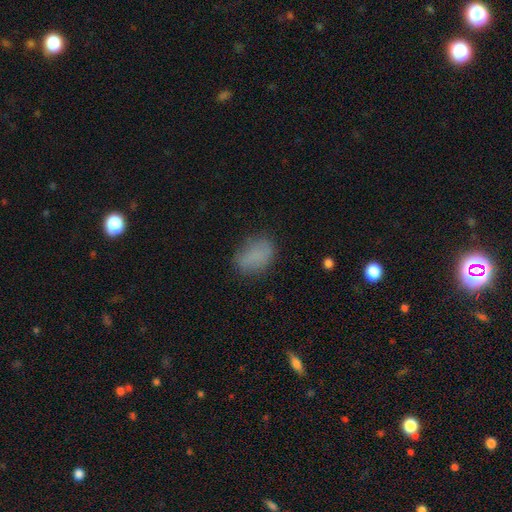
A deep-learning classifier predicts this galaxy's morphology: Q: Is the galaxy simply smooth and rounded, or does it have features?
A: smooth — 81%.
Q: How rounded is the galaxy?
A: in between — 81%.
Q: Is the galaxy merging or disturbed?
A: none — 75%.